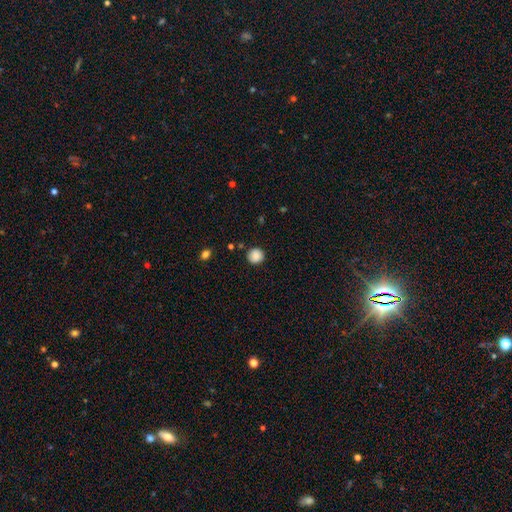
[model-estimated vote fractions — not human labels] Morphology: type=smooth (87%); roundness=round (92%); merging=none (87%).